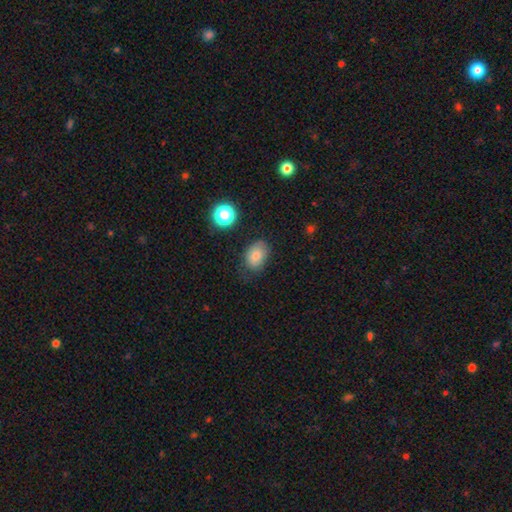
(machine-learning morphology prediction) A smooth galaxy with no disk features (79%) that is in between round and cigar-shaped (77%).

Vote fractions:
- Smooth or featured? smooth: 79% / star or artifact: 11% / featured or disk: 10%
- How rounded? in between: 77% / round: 22% / cigar-shaped: 1%
- Merging? none: 66% / minor disturbance: 25% / major disturbance: 7% / merger: 2%